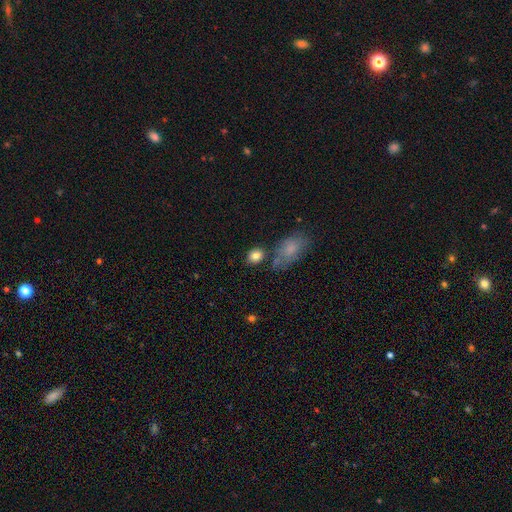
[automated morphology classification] smooth-or-featured: smooth: 84% | star or artifact: 9% | featured or disk: 7%
  how-rounded: in between: 51% | round: 48% | cigar-shaped: 2%
  merging: none: 69% | minor disturbance: 14% | merger: 12% | major disturbance: 5%